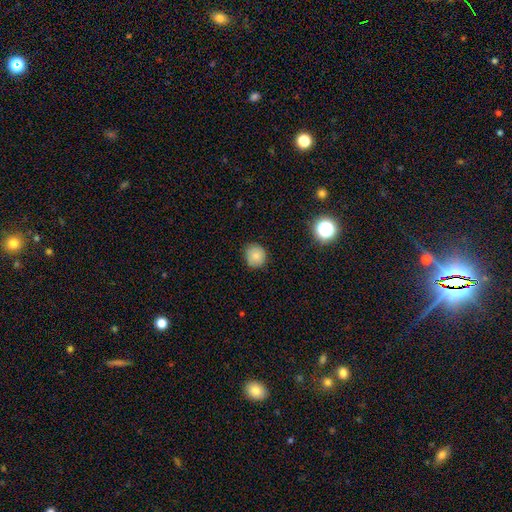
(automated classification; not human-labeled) This appears to be a smooth galaxy with no disk features (82%) that is round (83%). Merging: none (84%).